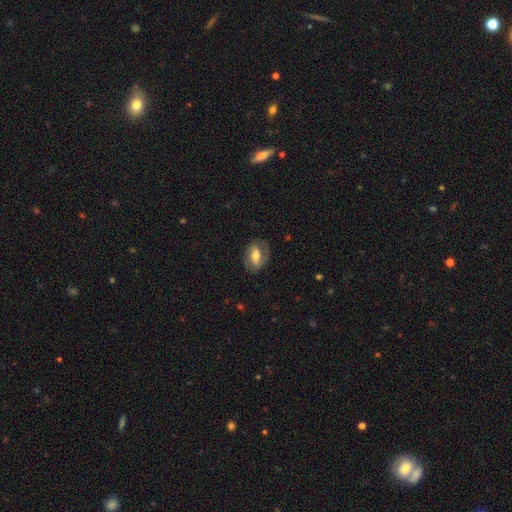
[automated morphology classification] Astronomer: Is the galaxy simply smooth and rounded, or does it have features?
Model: featured or disk — 51% (runner-up: smooth, 42%).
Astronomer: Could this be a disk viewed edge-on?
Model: no — 92%.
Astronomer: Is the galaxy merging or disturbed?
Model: none — 76%.